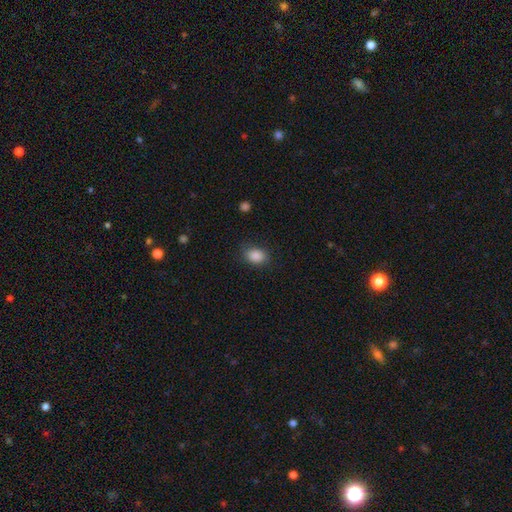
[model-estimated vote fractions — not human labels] smooth_or_featured: smooth (p=0.88) [alt: star or artifact p=0.08]
how_rounded: in between (p=0.71) [alt: round p=0.28]
merging: none (p=0.79) [alt: minor disturbance p=0.15]